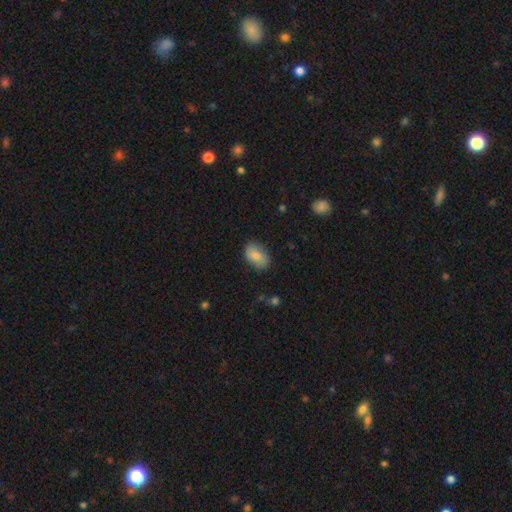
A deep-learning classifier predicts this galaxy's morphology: This is clearly a smooth galaxy (81%). How rounded: clearly in between (88%). Merging: likely none (79%).